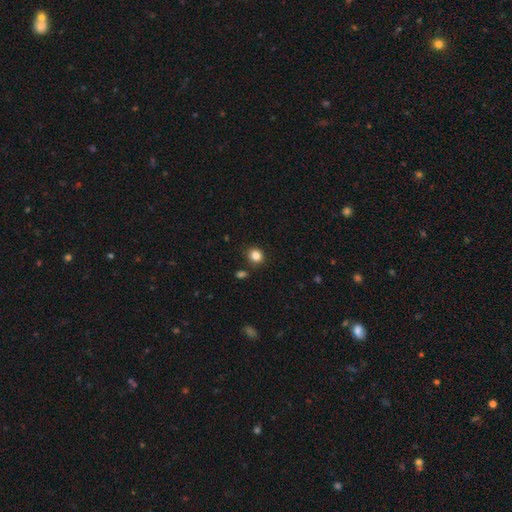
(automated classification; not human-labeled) The model was most divided on "how rounded": round: 83%, in between: 16%, cigar-shaped: 1%. More confident: merging — none (86%); smooth or featured — smooth (84%).